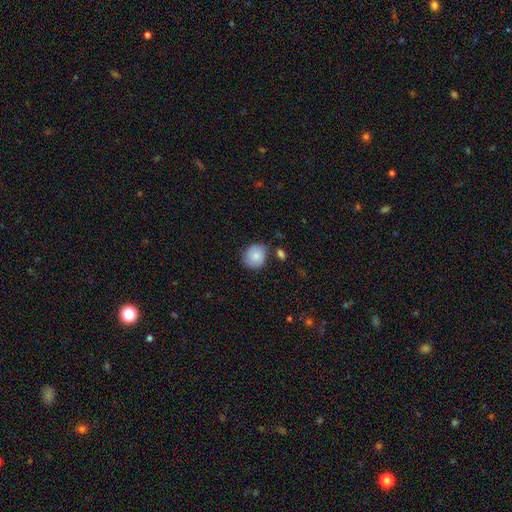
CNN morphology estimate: Q: Smooth or featured?
A: smooth (82%); runner-up: featured or disk (11%)
Q: How rounded?
A: round (77%); runner-up: in between (22%)
Q: Merging?
A: none (72%); runner-up: minor disturbance (18%)